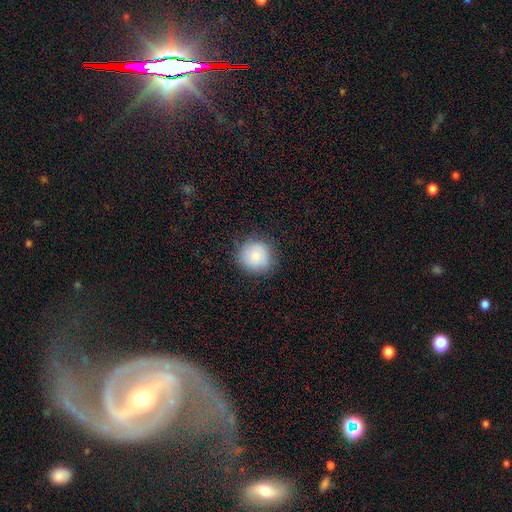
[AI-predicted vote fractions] Morphology: type=smooth (80%); roundness=round (92%); merging=none (82%).